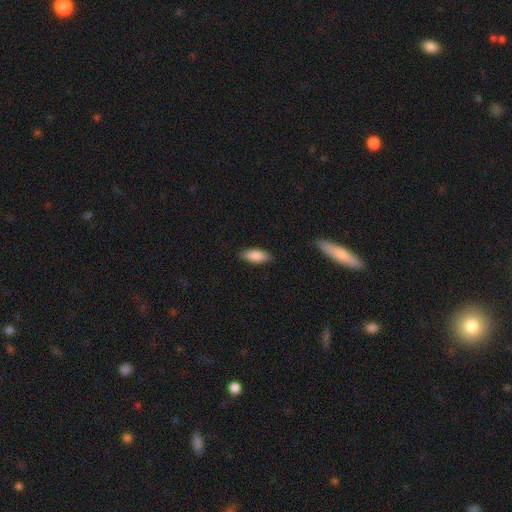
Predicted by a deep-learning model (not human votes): Smooth or featured?
  - smooth: 87% *
  - featured or disk: 7%
  - star or artifact: 6%
How rounded?
  - in between: 79% *
  - cigar-shaped: 19%
  - round: 2%
Merging?
  - none: 87% *
  - minor disturbance: 10%
  - major disturbance: 2%
  - merger: 1%